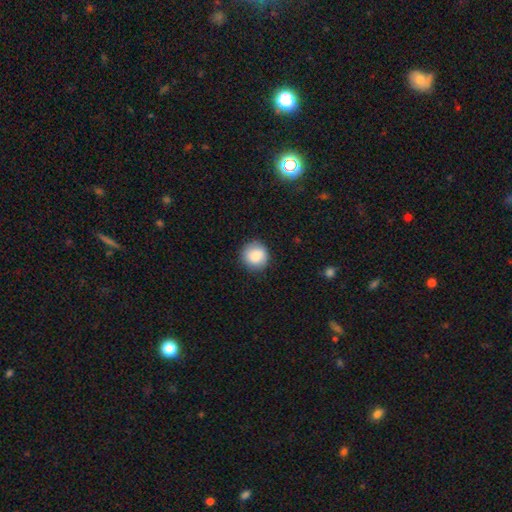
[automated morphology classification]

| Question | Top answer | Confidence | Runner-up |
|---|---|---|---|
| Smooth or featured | smooth | 84% | star or artifact (8%) |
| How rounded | round | 92% | in between (7%) |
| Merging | none | 87% | minor disturbance (9%) |